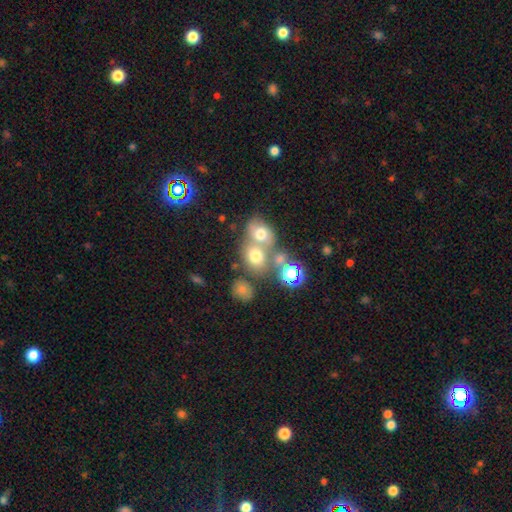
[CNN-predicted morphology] type=smooth (67%); roundness=round (61%); merging=merger (49%).